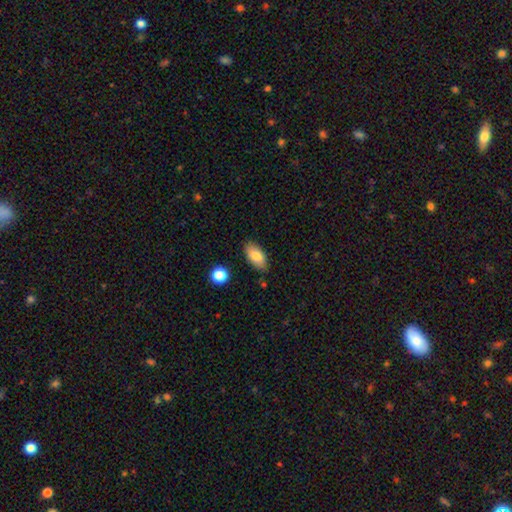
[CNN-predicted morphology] A smooth galaxy with no disk features (83%) that is in between round and cigar-shaped (92%). Merging: none (83%).